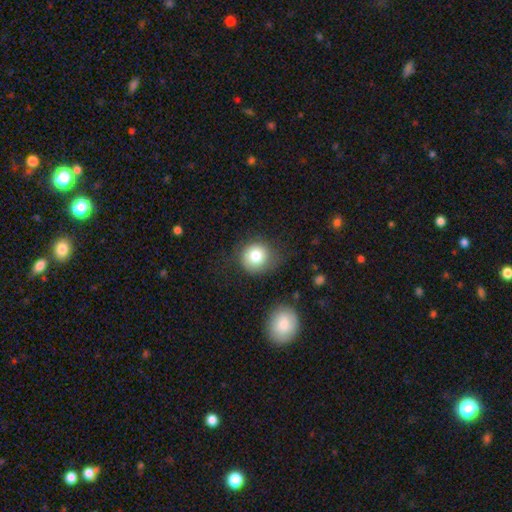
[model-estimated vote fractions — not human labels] Smooth or featured?
  - smooth: 79% *
  - featured or disk: 12%
  - star or artifact: 10%
How rounded?
  - round: 88% *
  - in between: 11%
  - cigar-shaped: 1%
Merging?
  - none: 72% *
  - minor disturbance: 18%
  - major disturbance: 7%
  - merger: 3%